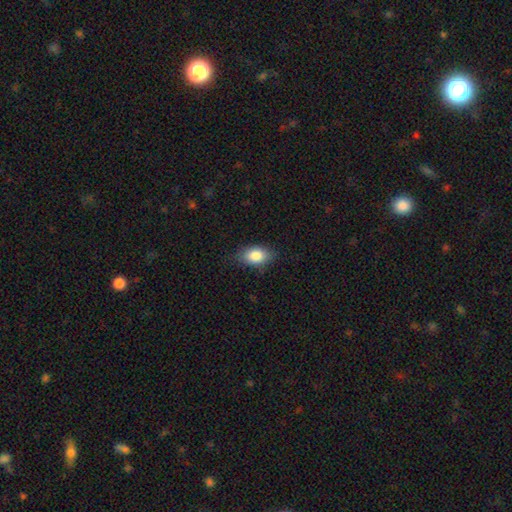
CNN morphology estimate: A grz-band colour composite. It shows a smooth galaxy with no disk features (85%) that is in between round and cigar-shaped (86%). Merging: none (79%).